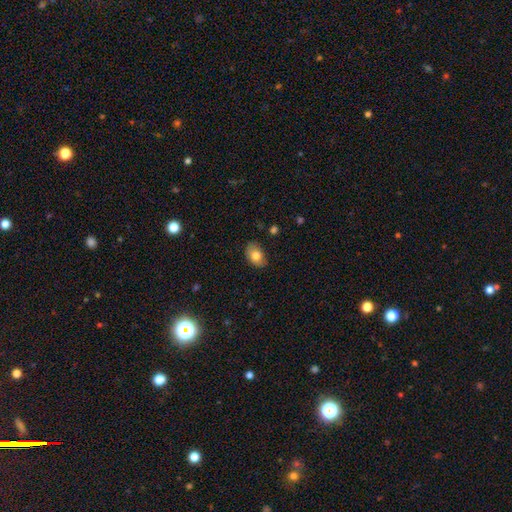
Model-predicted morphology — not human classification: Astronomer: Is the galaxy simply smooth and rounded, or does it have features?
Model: smooth — 79%.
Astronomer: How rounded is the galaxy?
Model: in between — 86%.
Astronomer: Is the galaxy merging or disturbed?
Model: none — 80%.